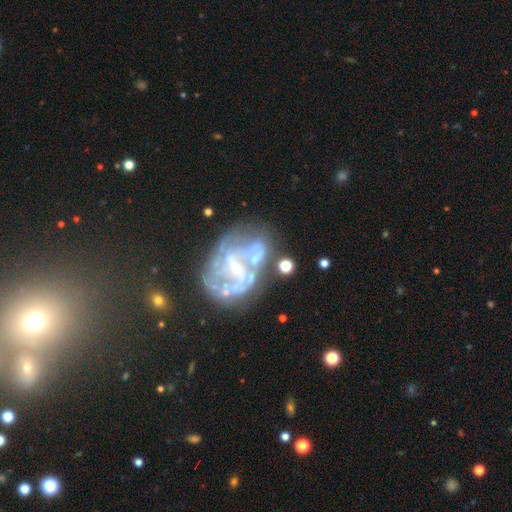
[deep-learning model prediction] Smooth or featured? featured or disk (80%)
Edge-on disk? no (98%)
Bar? weak (44%)
Spiral arms? yes (75%)
Spiral winding? medium (44%)
Spiral arm count? 2 (44%)
Bulge size? small (56%)
Merging? none (38%)